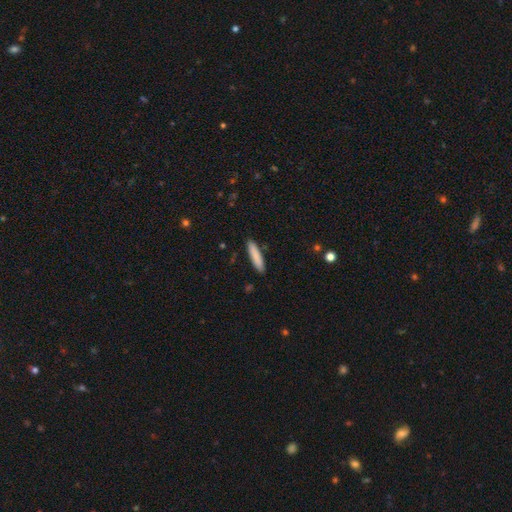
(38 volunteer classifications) This appears to be a smooth galaxy with no disk features (82%) that is cigar-shaped (87%). Merging: none (92%).